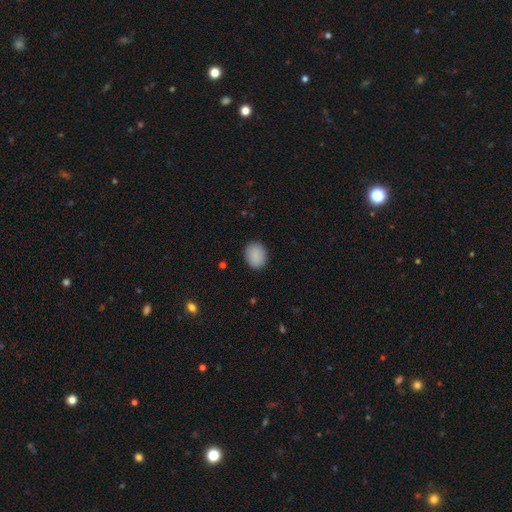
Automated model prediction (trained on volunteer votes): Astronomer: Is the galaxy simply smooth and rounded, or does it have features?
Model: smooth — 89%.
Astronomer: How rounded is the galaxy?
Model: round — 54% (runner-up: in between, 45%).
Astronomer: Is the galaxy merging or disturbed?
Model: none — 88%.